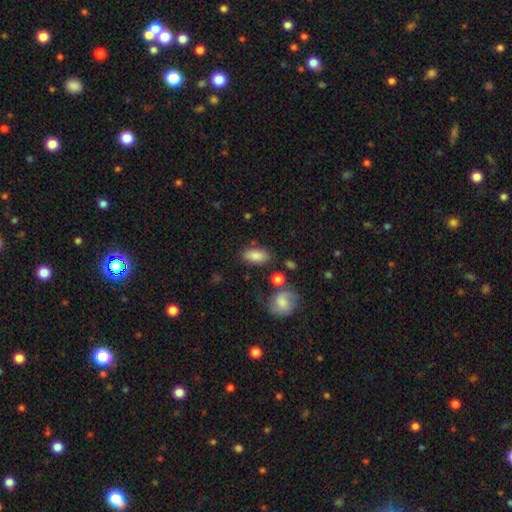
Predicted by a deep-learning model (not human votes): smooth 85%, featured or disk 8%, star or artifact 7%. Down the decision tree: how rounded — in between (90%); merging — none (77%).